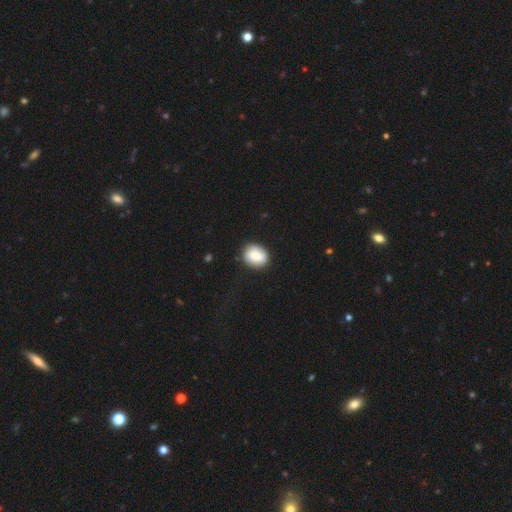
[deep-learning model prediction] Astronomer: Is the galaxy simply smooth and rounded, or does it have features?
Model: smooth — 76%.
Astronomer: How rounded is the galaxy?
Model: round — 54% (runner-up: in between, 45%).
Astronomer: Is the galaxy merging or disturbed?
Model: none — 81%.